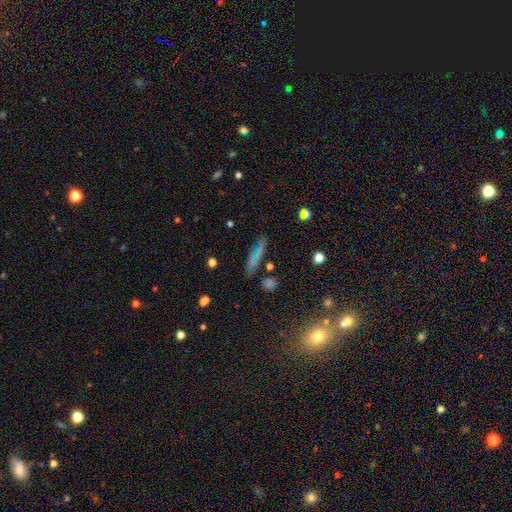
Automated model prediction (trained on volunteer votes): Smooth or featured: smooth — 56% (featured or disk — 28%)
How rounded: cigar-shaped — 71% (in between — 22%)
Merging: none — 76% (minor disturbance — 14%)